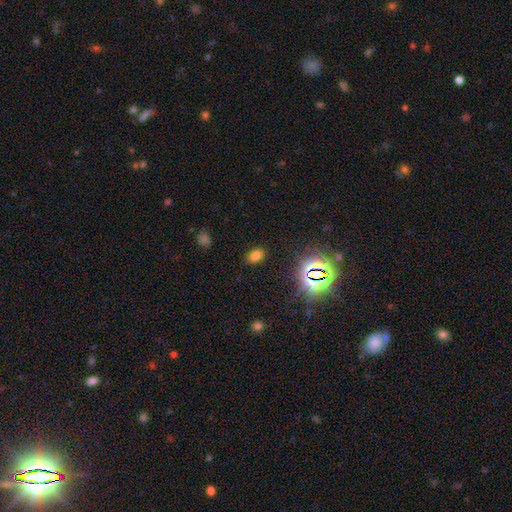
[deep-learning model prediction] Smooth or featured? Predicted: smooth (p=0.70). How rounded? Predicted: in between (p=0.86). Merging? Predicted: none (p=0.86).